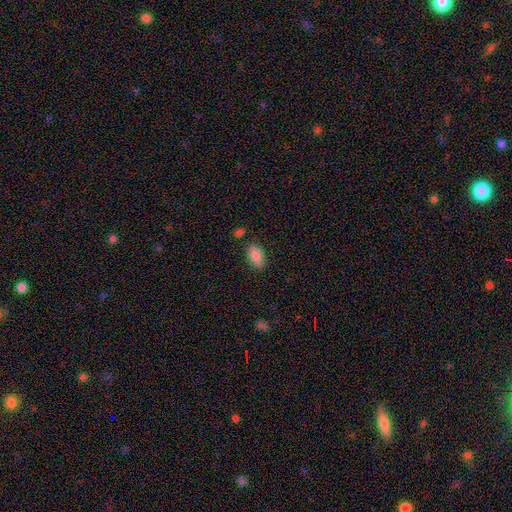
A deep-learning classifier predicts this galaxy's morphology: Smooth or featured: smooth — 86% (star or artifact — 8%)
How rounded: in between — 92% (round — 6%)
Merging: none — 81% (minor disturbance — 12%)